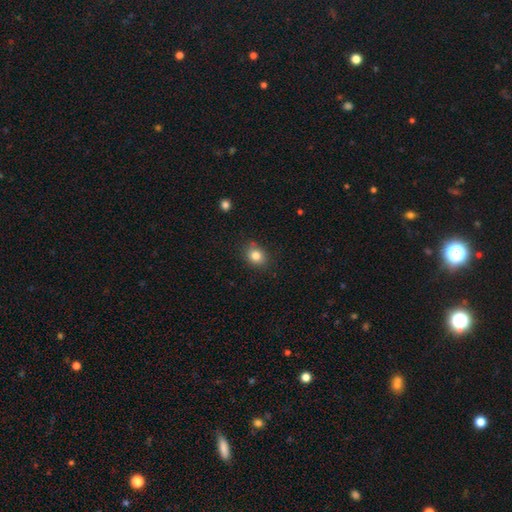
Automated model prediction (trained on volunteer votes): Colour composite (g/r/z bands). It shows a smooth galaxy with no disk features (82%) that is round (57%). Merging: none (80%).